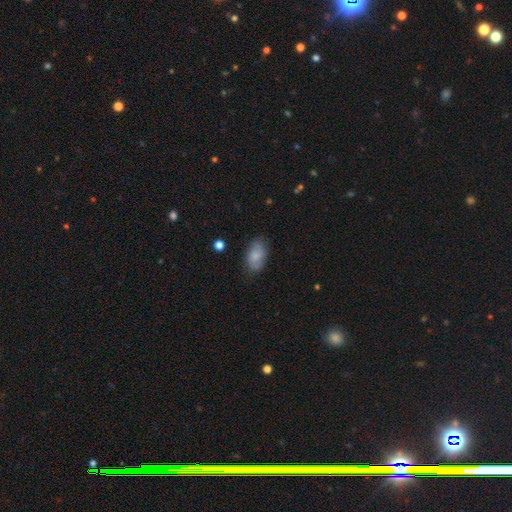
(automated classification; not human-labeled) Overall: smooth (78%). How rounded: in between (92%). Merging: none (74%).